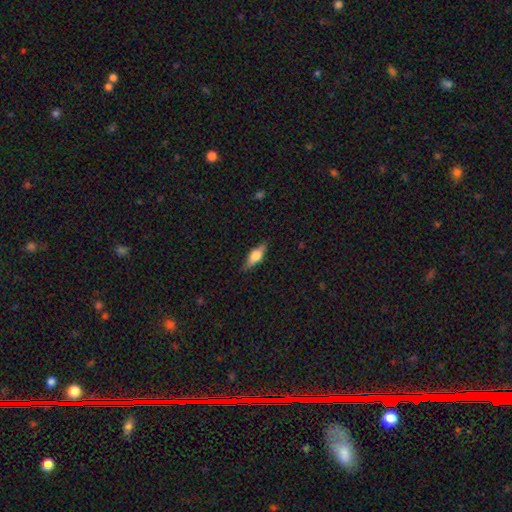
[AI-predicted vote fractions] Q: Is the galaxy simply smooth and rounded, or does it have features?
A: featured or disk — 50%.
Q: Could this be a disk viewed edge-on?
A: yes — 94%.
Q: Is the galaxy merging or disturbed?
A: none — 84%.